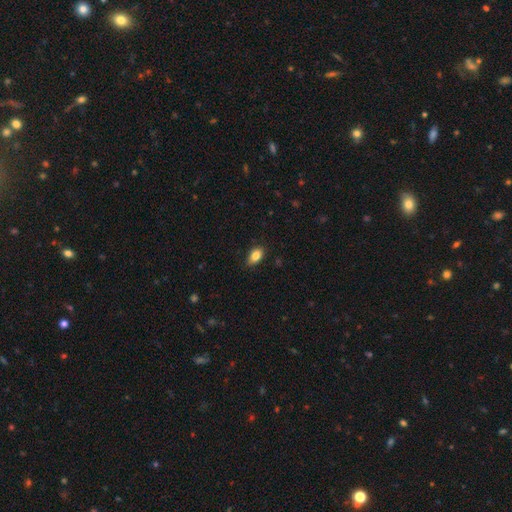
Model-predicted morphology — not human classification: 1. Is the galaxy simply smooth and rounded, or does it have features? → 84% smooth, 8% star or artifact, 8% featured or disk.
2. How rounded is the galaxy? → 89% in between, 8% round, 3% cigar-shaped.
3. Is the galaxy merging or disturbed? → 85% none, 12% minor disturbance, 2% major disturbance, 1% merger.